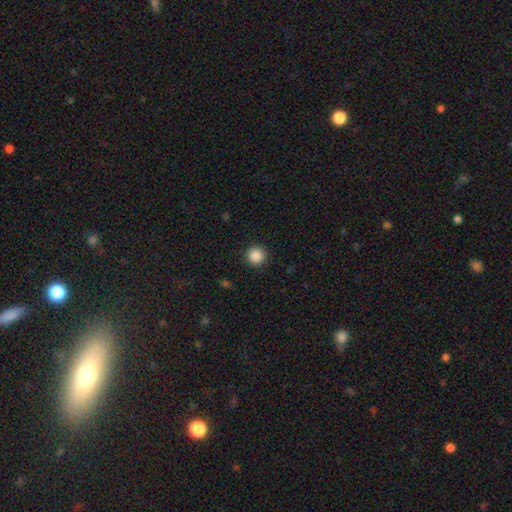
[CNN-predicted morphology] This is clearly a smooth galaxy (88%). How rounded: clearly round (95%). Merging: clearly none (92%).